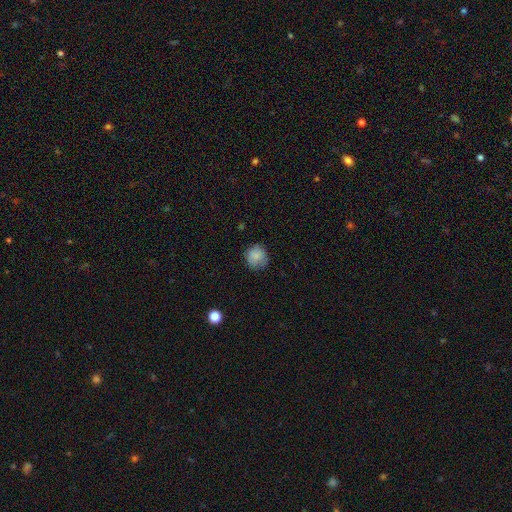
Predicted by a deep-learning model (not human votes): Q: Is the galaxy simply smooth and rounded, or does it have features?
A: smooth — 81%.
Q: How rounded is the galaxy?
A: round — 89%.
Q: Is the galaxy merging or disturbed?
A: none — 76%.